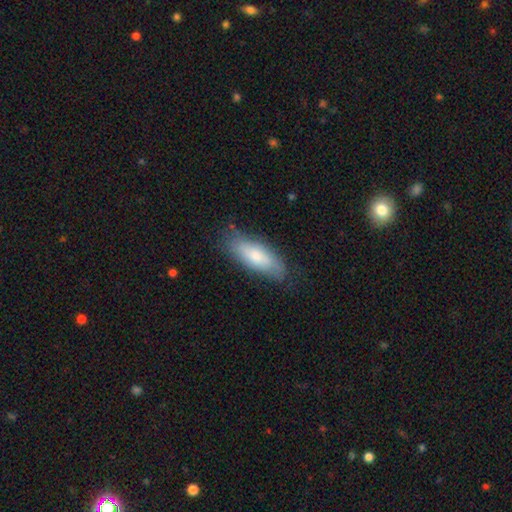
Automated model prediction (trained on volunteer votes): smooth 69%, featured or disk 25%, star or artifact 6%. Down the decision tree: how rounded — in between (70%); merging — none (75%).